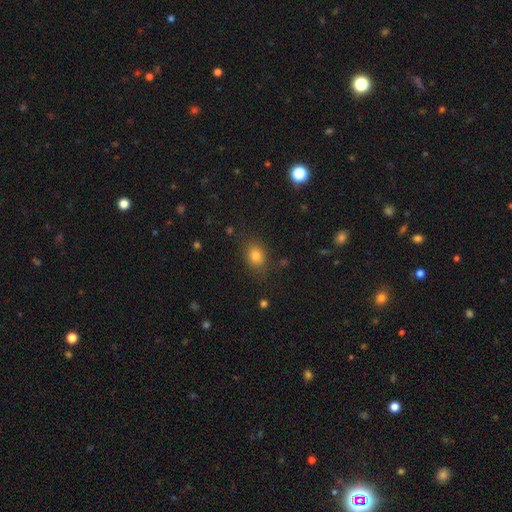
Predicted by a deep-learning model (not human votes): smooth_or_featured: smooth (p=0.79) [alt: star or artifact p=0.12]
how_rounded: in between (p=0.65) [alt: round p=0.33]
merging: none (p=0.81) [alt: minor disturbance p=0.14]